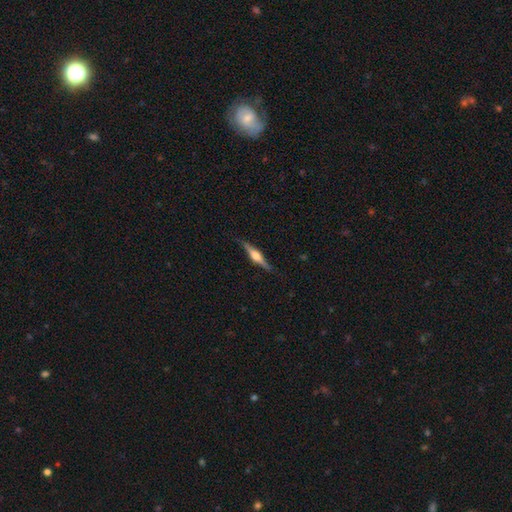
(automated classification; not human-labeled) Smooth or featured? Predicted: featured or disk (p=0.74). Edge-on disk? Predicted: yes (p=0.98). Edge-on bulge? Predicted: rounded (p=0.89). Merging? Predicted: none (p=0.86).